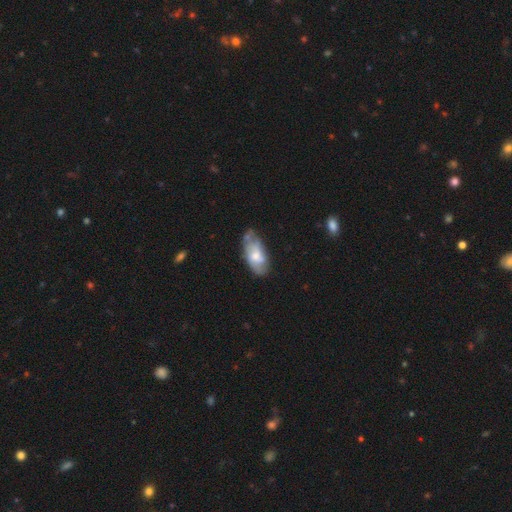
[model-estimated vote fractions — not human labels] Smooth or featured? Predicted: featured or disk (p=0.48). Merging? Predicted: none (p=0.49).